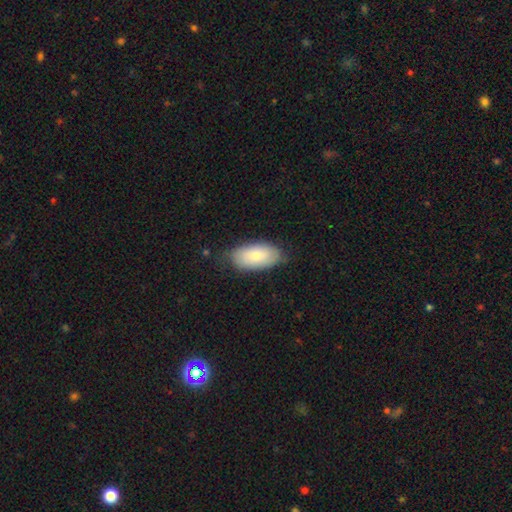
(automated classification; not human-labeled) Smooth or featured? Predicted: smooth (p=0.78). How rounded? Predicted: in between (p=0.94). Merging? Predicted: none (p=0.76).